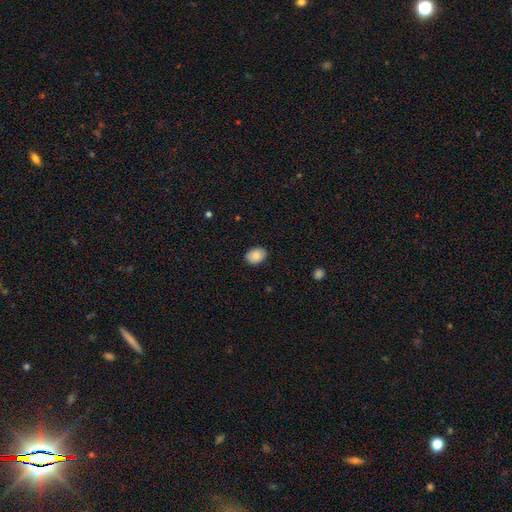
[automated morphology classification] smooth 86%, star or artifact 7%, featured or disk 7%. Down the decision tree: how rounded — in between (74%); merging — none (87%).